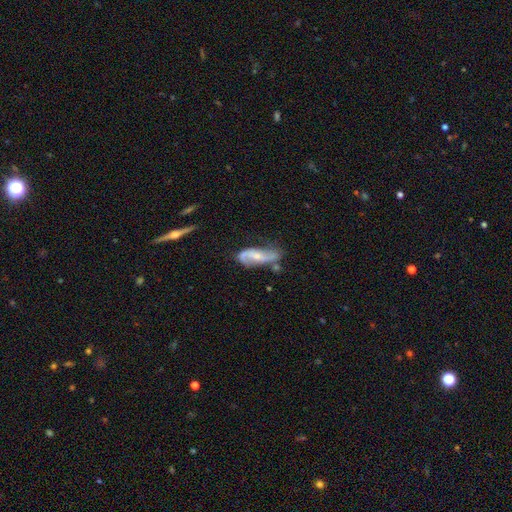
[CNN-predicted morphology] A featured or disk galaxy (72%) with no bar (46%), 2 (87%) loose (59%) spiral arms (89%) and a small central bulge (51%).

Vote fractions:
- Smooth or featured? featured or disk: 72% / smooth: 22% / star or artifact: 7%
- Edge-on disk? no: 89% / yes: 11%
- Bar? no: 46% / weak: 36% / strong: 19%
- Spiral arms? yes: 89% / no: 11%
- Spiral winding? loose: 59% / medium: 29% / tight: 12%
- Spiral arm count? 2: 87% / can't tell: 7% / 1: 4% / 3: 1% / 4: 1% / more than 4: 1%
- Bulge size? small: 51% / moderate: 36% / none: 9% / large: 3% / dominant: 1%
- Merging? none: 51% / minor disturbance: 27% / major disturbance: 13% / merger: 9%